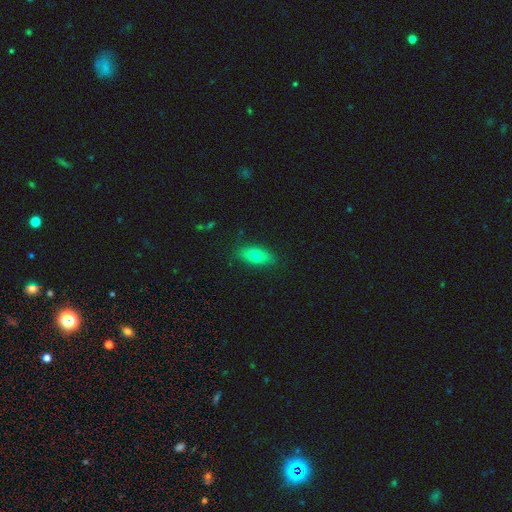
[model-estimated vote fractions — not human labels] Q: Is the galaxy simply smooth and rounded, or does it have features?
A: smooth — 73%.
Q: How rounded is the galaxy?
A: in between — 78%.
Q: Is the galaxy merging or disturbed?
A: none — 85%.